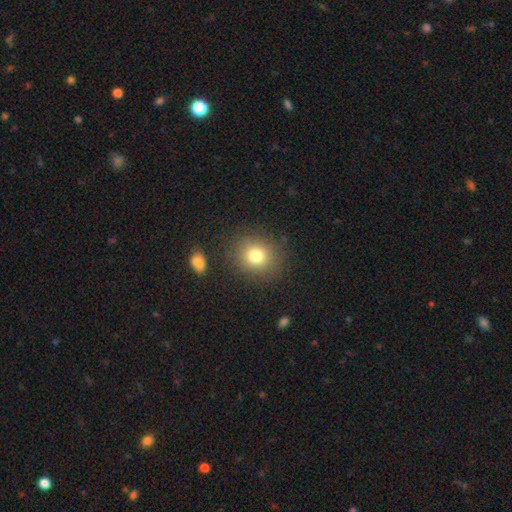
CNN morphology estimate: Q: Smooth or featured?
A: smooth (78%); runner-up: star or artifact (13%)
Q: How rounded?
A: round (78%); runner-up: in between (21%)
Q: Merging?
A: none (85%); runner-up: minor disturbance (9%)